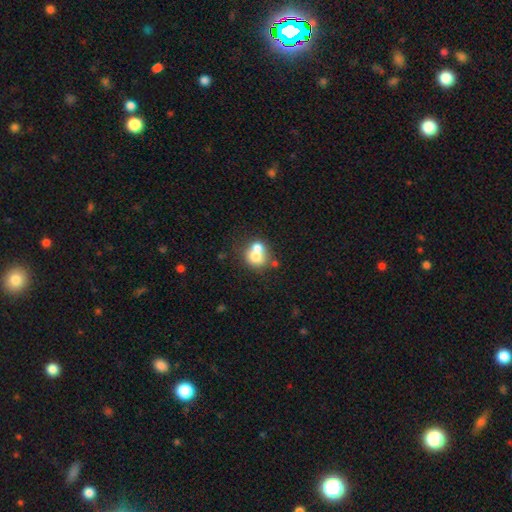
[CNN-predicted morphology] The model was most divided on "merging": merger: 60%, none: 29%, minor disturbance: 7%, major disturbance: 4%. More confident: how rounded — round (73%); smooth or featured — smooth (66%).